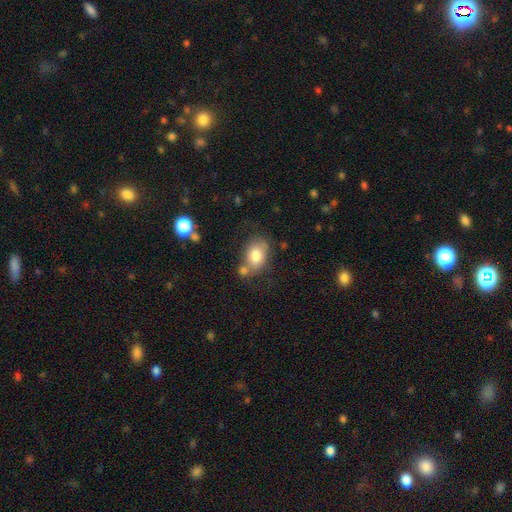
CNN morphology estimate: type=smooth (78%); roundness=in between (77%); merging=none (56%).